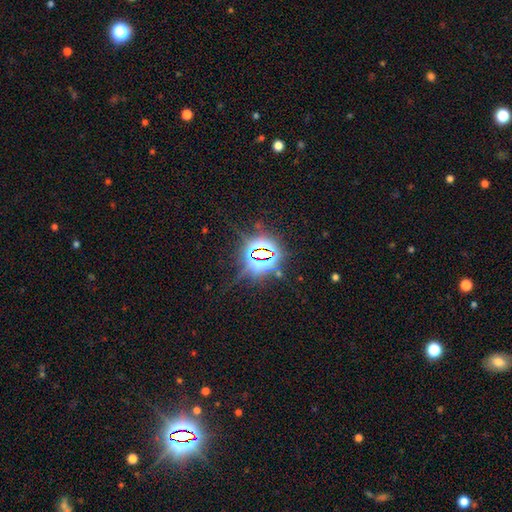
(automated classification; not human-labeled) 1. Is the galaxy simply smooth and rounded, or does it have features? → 83% star or artifact, 9% smooth, 8% featured or disk.